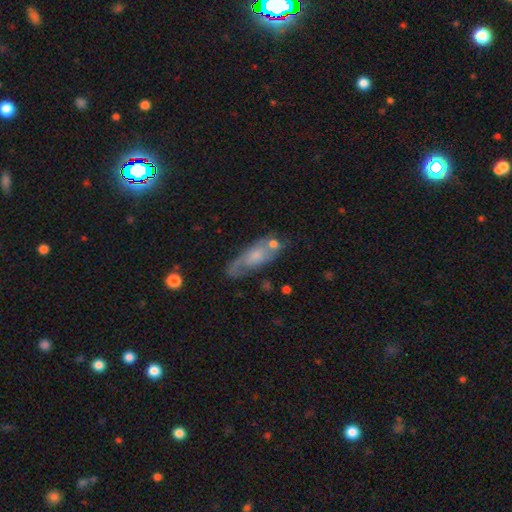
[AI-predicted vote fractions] This is possibly a featured or disk galaxy (51%). It is likely not viewed edge-on (78%). Merging: possibly none (53%).